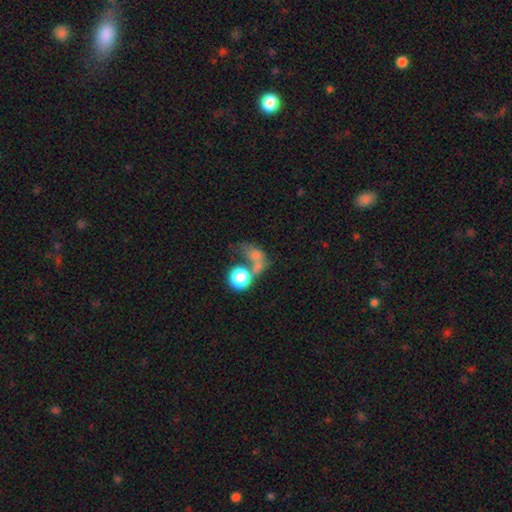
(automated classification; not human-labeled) Smooth or featured: smooth — 63% (featured or disk — 21%)
How rounded: round — 50% (in between — 46%)
Merging: merger — 47% (major disturbance — 23%)